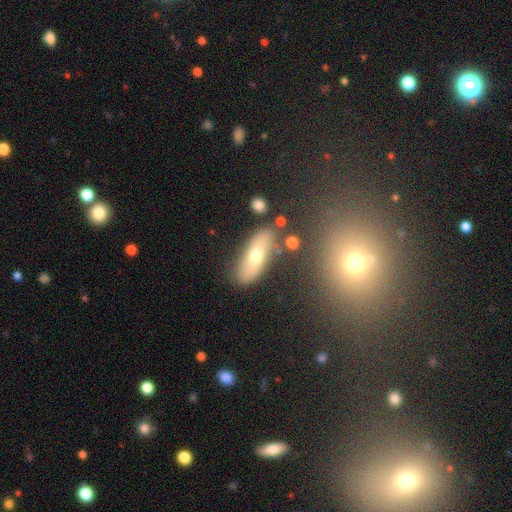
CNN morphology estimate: Smooth or featured?
  - smooth: 63% *
  - featured or disk: 30%
  - star or artifact: 7%
How rounded?
  - in between: 69% *
  - cigar-shaped: 28%
  - round: 3%
Merging?
  - none: 76% *
  - minor disturbance: 14%
  - merger: 5%
  - major disturbance: 4%